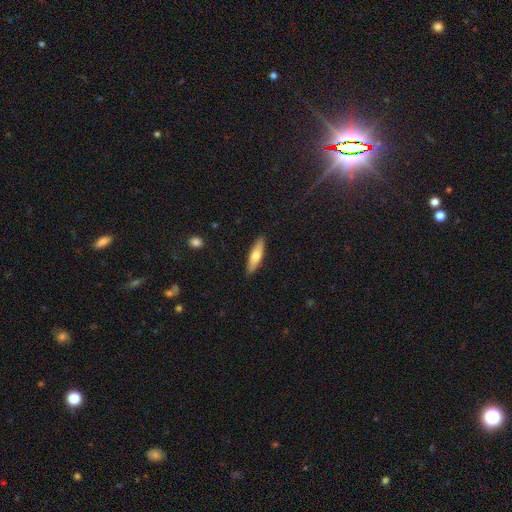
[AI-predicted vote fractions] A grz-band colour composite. It shows a smooth galaxy with no disk features (64%) that is cigar-shaped (63%). Merging: none (89%).